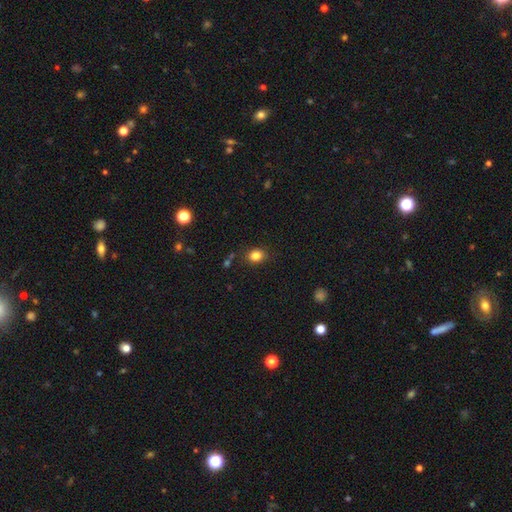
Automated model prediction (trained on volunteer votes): Q: Smooth or featured?
A: smooth (83%); runner-up: star or artifact (11%)
Q: How rounded?
A: round (50%); runner-up: in between (49%)
Q: Merging?
A: none (84%); runner-up: minor disturbance (11%)